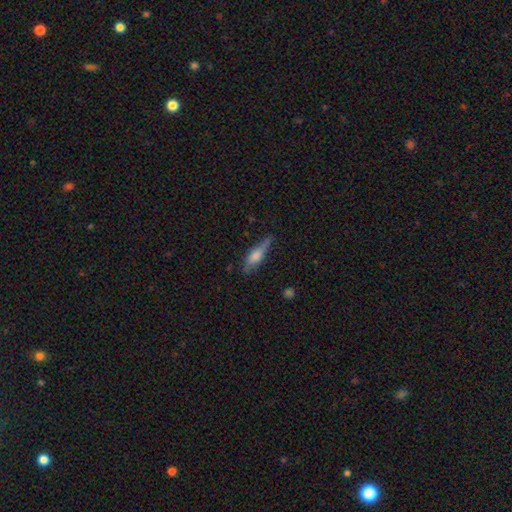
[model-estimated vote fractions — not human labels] A smooth galaxy with no disk features (58%) that is cigar-shaped (64%).

Vote fractions:
- Smooth or featured? smooth: 58% / featured or disk: 35% / star or artifact: 8%
- How rounded? cigar-shaped: 64% / in between: 33% / round: 3%
- Merging? none: 61% / minor disturbance: 29% / major disturbance: 8% / merger: 2%